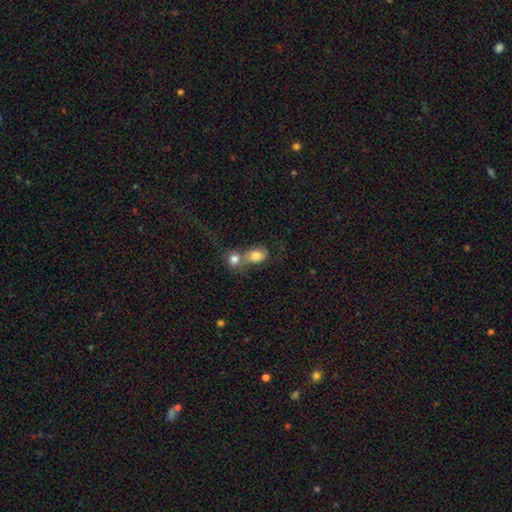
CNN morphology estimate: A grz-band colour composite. It shows a smooth galaxy with no disk features (77%) that is in between round and cigar-shaped (53%). Merging: merger (66%).